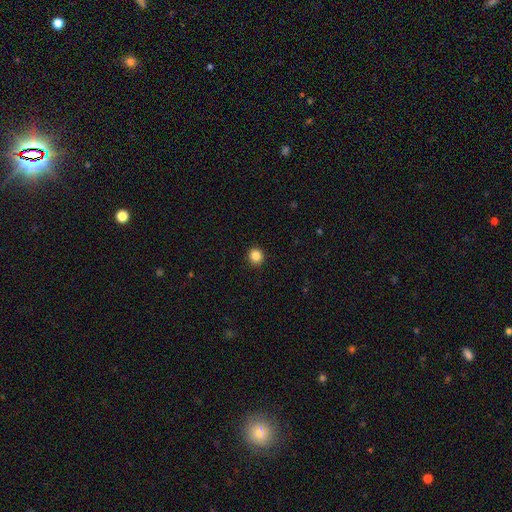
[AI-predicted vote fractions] A smooth galaxy with no disk features (85%) that is round (91%).

Vote fractions:
- Smooth or featured? smooth: 85% / star or artifact: 11% / featured or disk: 4%
- How rounded? round: 91% / in between: 8% / cigar-shaped: 1%
- Merging? none: 93% / minor disturbance: 5% / major disturbance: 2% / merger: 1%